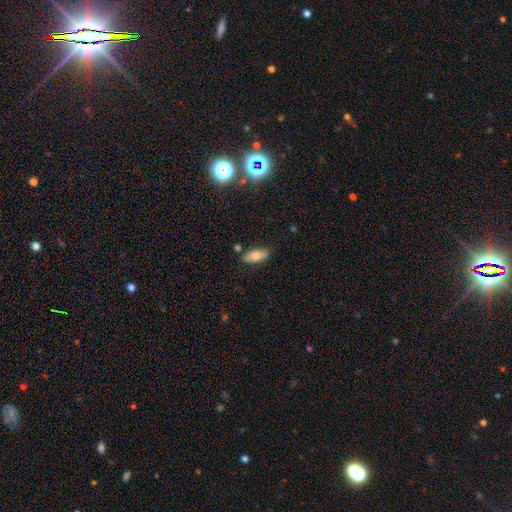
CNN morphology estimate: This is likely a smooth galaxy (72%). How rounded: clearly in between (86%). Merging: clearly none (82%).